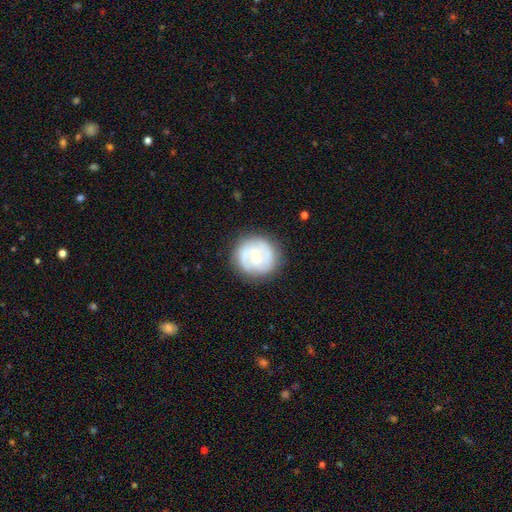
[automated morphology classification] smooth_or_featured: featured or disk (p=0.58) [alt: smooth p=0.35]
disk_edge_on: no (p=0.98) [alt: yes p=0.02]
bar: no (p=0.58) [alt: weak p=0.34]
has_spiral_arms: yes (p=0.68) [alt: no p=0.32]
bulge_size: small (p=0.57) [alt: moderate p=0.34]
merging: none (p=0.77) [alt: minor disturbance p=0.15]